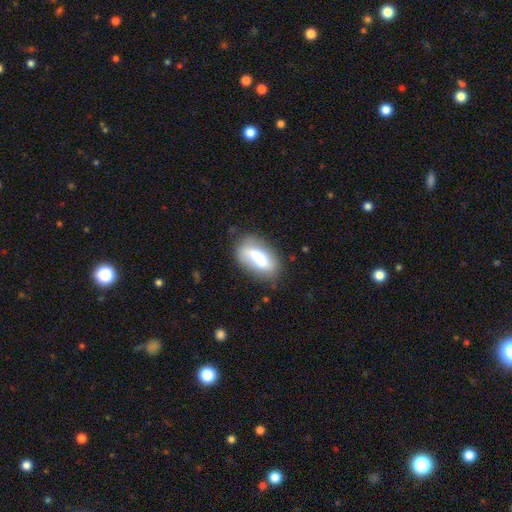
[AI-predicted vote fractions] This is likely a smooth galaxy (65%). How rounded: clearly in between (84%). Merging: likely none (69%).